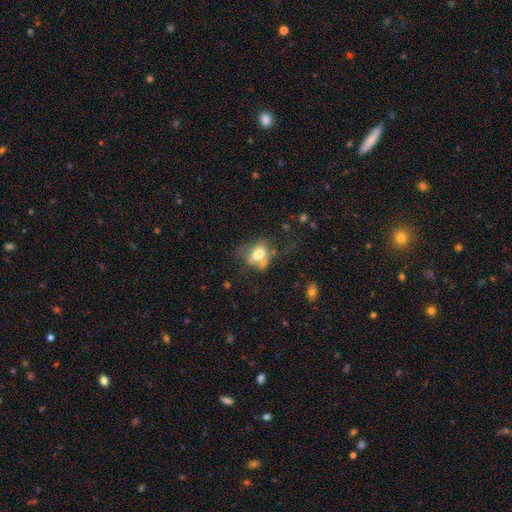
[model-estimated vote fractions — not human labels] Smooth or featured: smooth — 61% (featured or disk — 28%)
How rounded: in between — 72% (round — 27%)
Merging: merger — 31% (none — 26%)